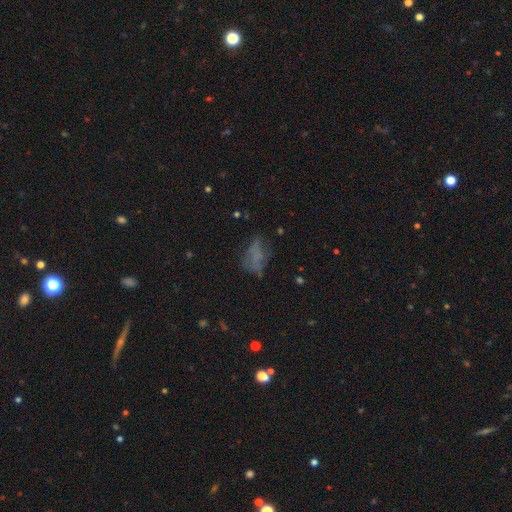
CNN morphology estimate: Q: Smooth or featured?
A: smooth (51%); runner-up: featured or disk (29%)
Q: How rounded?
A: in between (81%); runner-up: round (12%)
Q: Merging?
A: none (47%); runner-up: major disturbance (26%)